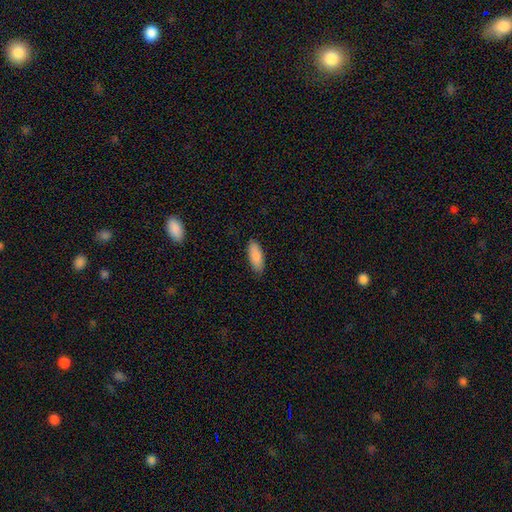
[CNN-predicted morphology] The model was most divided on "how rounded": in between: 74%, cigar-shaped: 24%, round: 2%. More confident: smooth or featured — smooth (89%); merging — none (85%).